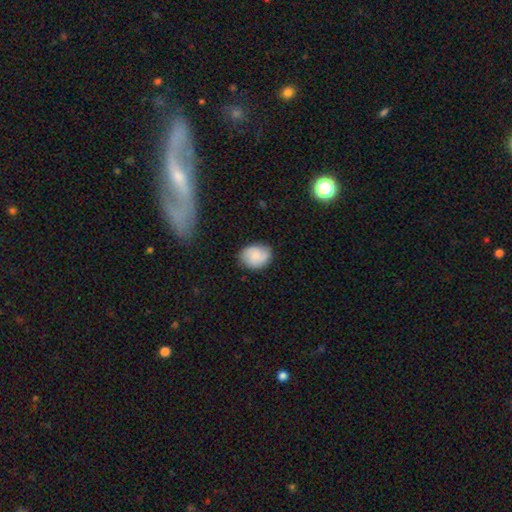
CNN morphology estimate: type=smooth (73%); roundness=in between (53%); merging=none (78%).